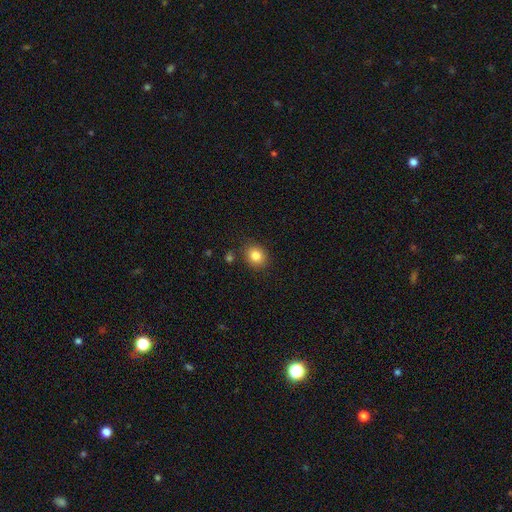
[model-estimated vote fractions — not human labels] Overall: smooth (83%). How rounded: round (68%; in between 32%). Merging: none (84%).